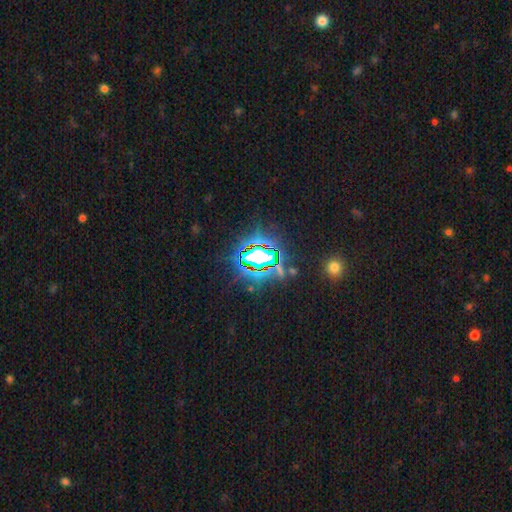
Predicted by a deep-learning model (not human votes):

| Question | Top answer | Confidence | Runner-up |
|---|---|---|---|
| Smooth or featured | star or artifact | 77% | smooth (12%) |